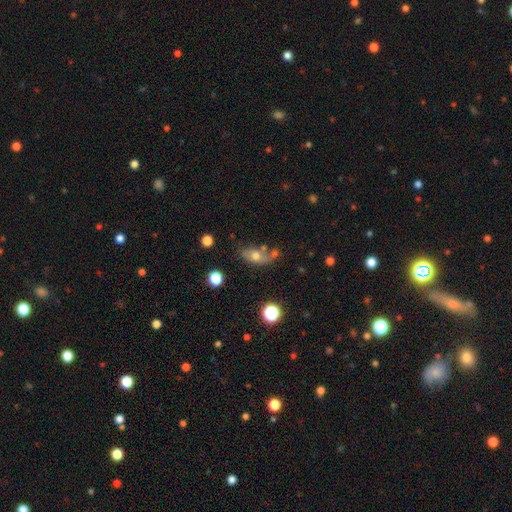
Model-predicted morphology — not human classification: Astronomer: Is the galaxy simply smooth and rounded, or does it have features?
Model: smooth — 65%.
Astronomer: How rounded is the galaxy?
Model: in between — 79%.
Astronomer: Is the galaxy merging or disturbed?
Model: none — 47%.